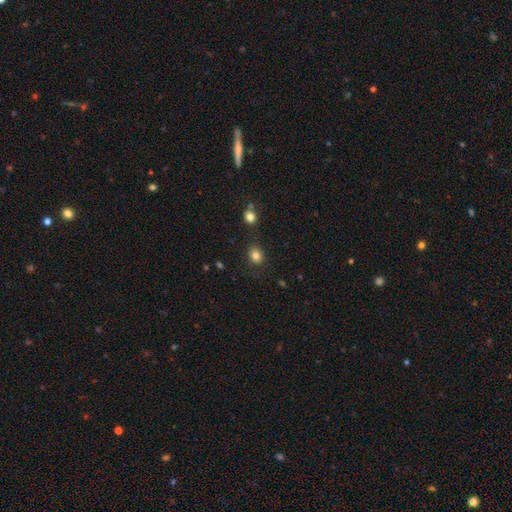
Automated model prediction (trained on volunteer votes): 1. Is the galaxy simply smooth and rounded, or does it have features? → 82% smooth, 12% star or artifact, 6% featured or disk.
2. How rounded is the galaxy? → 64% round, 35% in between, 1% cigar-shaped.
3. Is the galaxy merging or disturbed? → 81% none, 12% minor disturbance, 4% major disturbance, 3% merger.